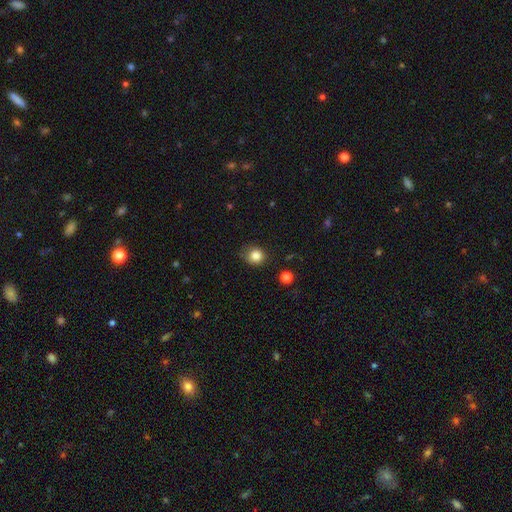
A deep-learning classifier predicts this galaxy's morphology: This appears to be a smooth galaxy with no disk features (84%) that is round (83%). Merging: none (75%).